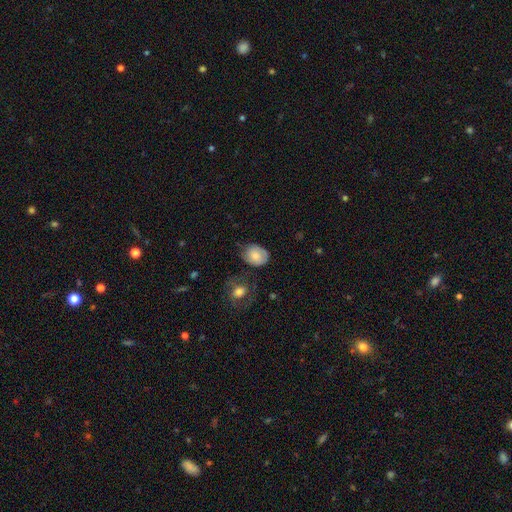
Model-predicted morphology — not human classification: This is likely a smooth galaxy (73%). How rounded: possibly in between (56%). Merging: possibly none (56%).